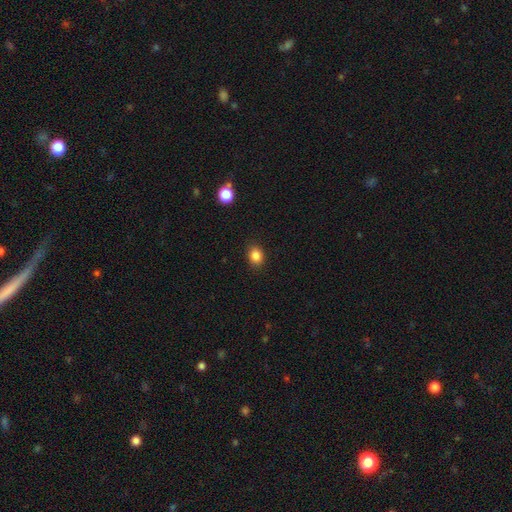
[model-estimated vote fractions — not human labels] This appears to be a smooth galaxy with no disk features (85%) that is in between round and cigar-shaped (51%). Merging: none (89%).